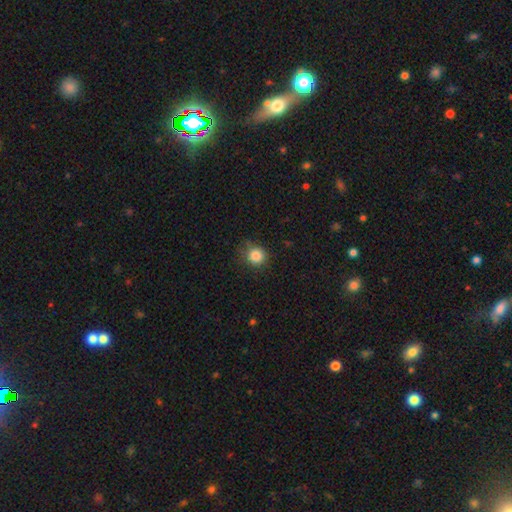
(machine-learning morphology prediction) Smooth or featured: smooth — 85% (star or artifact — 11%)
How rounded: round — 88% (in between — 11%)
Merging: none — 72% (minor disturbance — 21%)